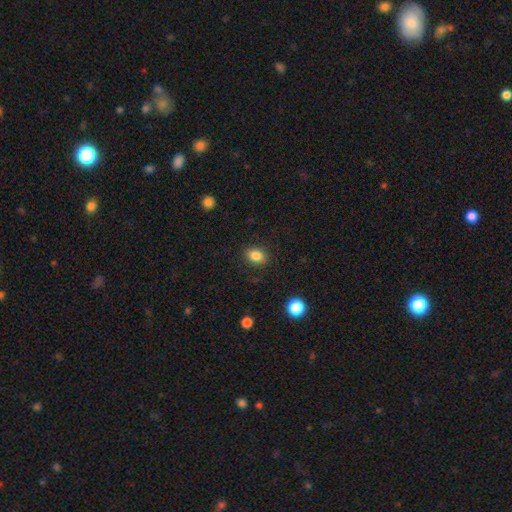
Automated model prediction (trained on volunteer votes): The model was most divided on "how rounded": in between: 65%, round: 34%, cigar-shaped: 1%. More confident: merging — none (87%); smooth or featured — smooth (84%).